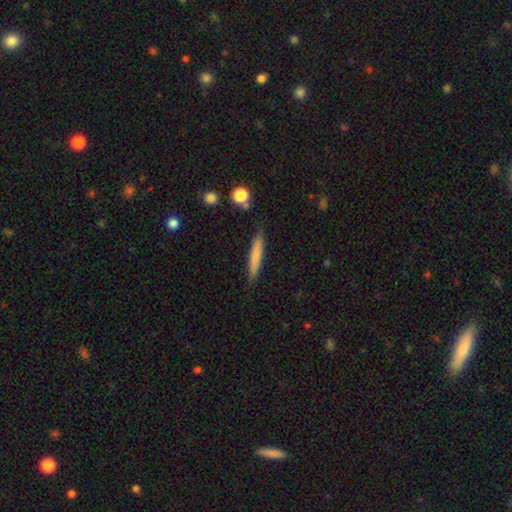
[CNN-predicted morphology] Q: Smooth or featured?
A: smooth (74%); runner-up: featured or disk (20%)
Q: How rounded?
A: cigar-shaped (93%); runner-up: in between (6%)
Q: Merging?
A: none (85%); runner-up: minor disturbance (11%)